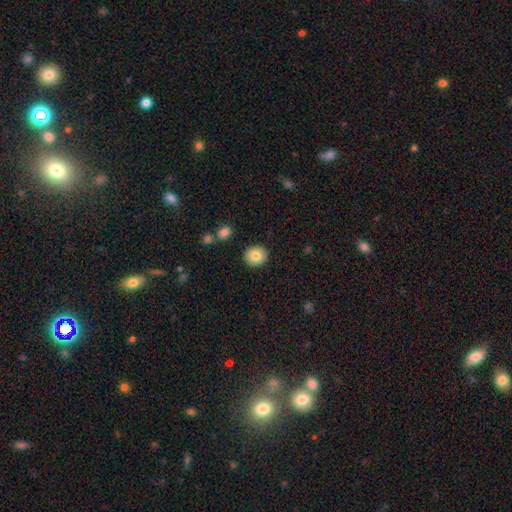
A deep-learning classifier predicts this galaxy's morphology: Smooth or featured: smooth — 82% (featured or disk — 10%)
How rounded: round — 86% (in between — 14%)
Merging: none — 91% (minor disturbance — 6%)